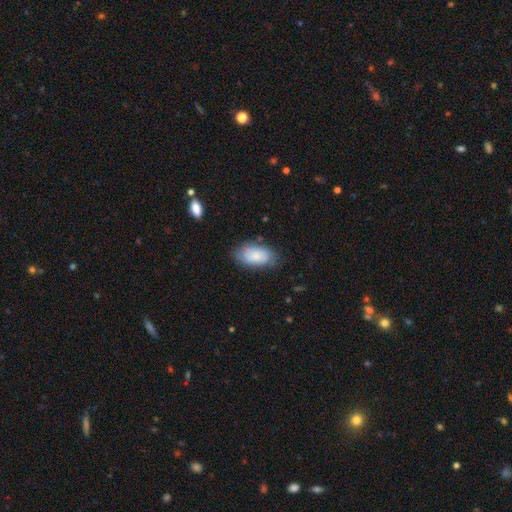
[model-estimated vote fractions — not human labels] smooth 72%, featured or disk 21%, star or artifact 7%. Down the decision tree: how rounded — in between (93%); merging — none (71%).